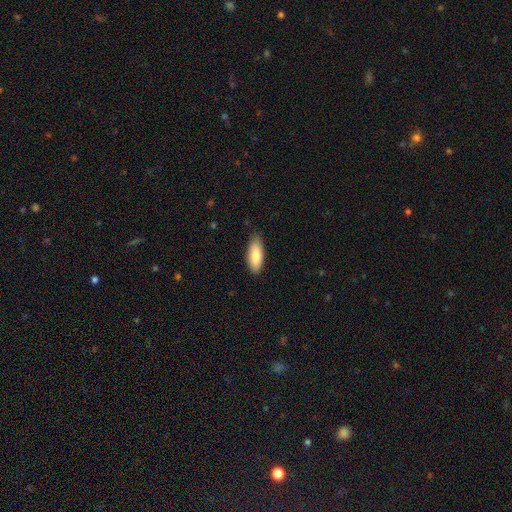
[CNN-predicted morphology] Smooth or featured? Predicted: smooth (p=0.85). How rounded? Predicted: in between (p=0.76). Merging? Predicted: none (p=0.81).